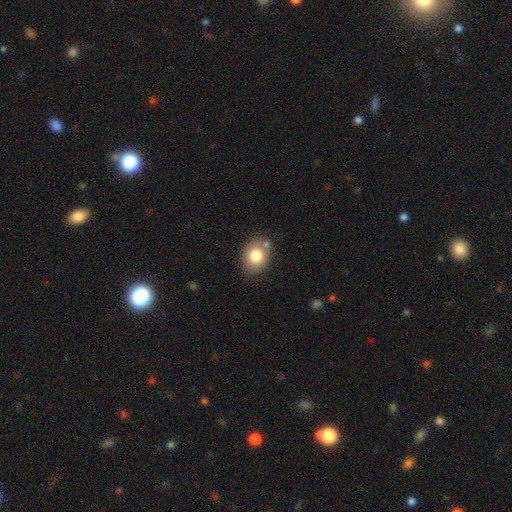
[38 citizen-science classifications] Overall: smooth (79%). How rounded: in between (53%; round 47%). Merging: none (82%).